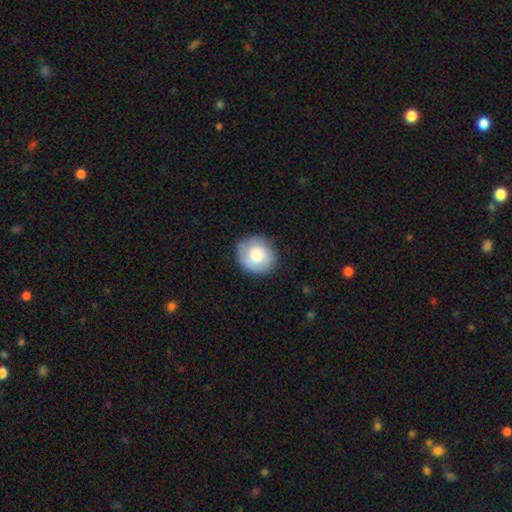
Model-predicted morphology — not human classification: Overall: smooth (67%). How rounded: round (82%). Merging: none (80%).